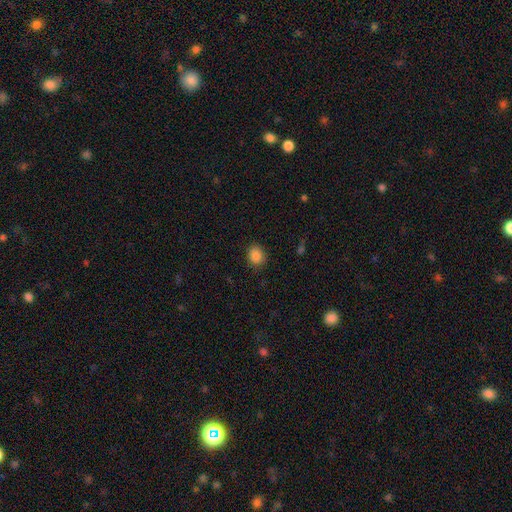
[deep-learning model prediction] Smooth or featured? smooth (87%)
How rounded? round (57%)
Merging? none (85%)